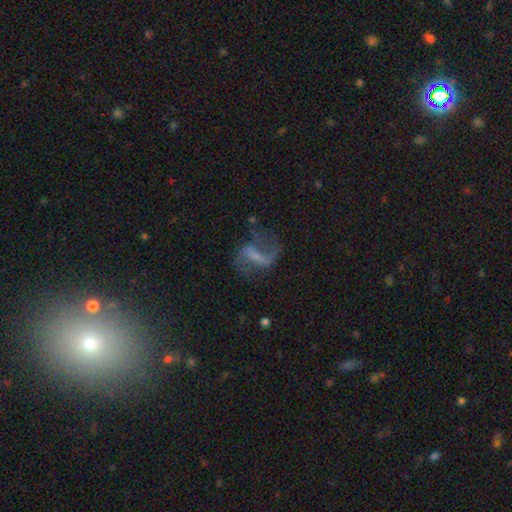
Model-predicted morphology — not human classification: Overall: featured or disk (78%). Edge-on disk: no (96%). Bar: strong (45%; weak 38%). Spiral arms: yes (88%). Spiral arm count: 2 (82%). Spiral winding: loose (71%). Bulge size: small (41%; none 39%). Merging: none (54%; major disturbance 25%).